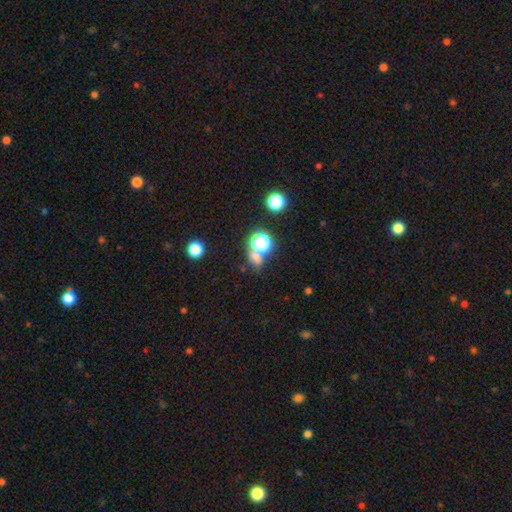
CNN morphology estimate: Smooth or featured? smooth (53%)
How rounded? round (70%)
Merging? none (55%)